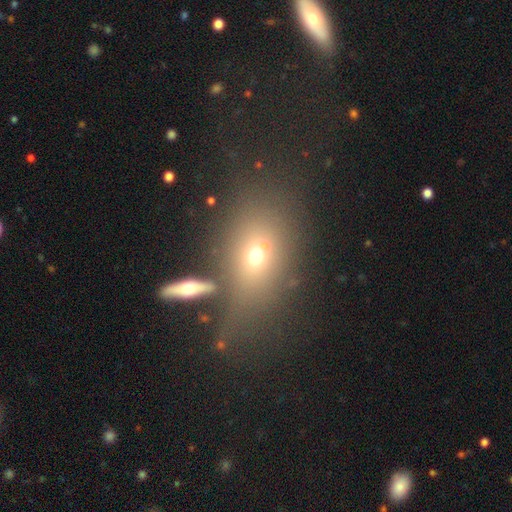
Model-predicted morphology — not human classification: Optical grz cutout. It shows a smooth galaxy with no disk features (62%) that is in between round and cigar-shaped (63%). Merging: none (52%).